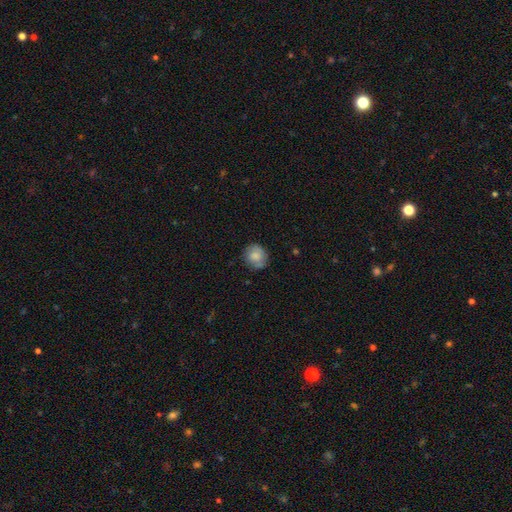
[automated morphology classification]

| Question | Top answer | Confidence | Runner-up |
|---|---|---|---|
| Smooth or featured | smooth | 73% | featured or disk (19%) |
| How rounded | round | 77% | in between (22%) |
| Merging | none | 75% | minor disturbance (18%) |